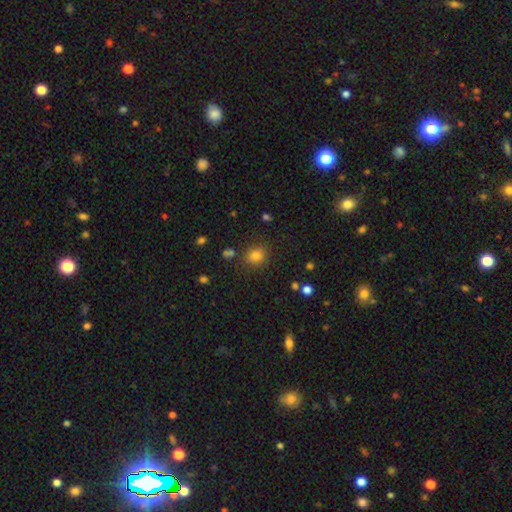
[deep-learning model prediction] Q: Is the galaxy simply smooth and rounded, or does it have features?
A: smooth — 79%.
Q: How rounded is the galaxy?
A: round — 67%.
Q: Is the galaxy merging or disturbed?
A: none — 82%.